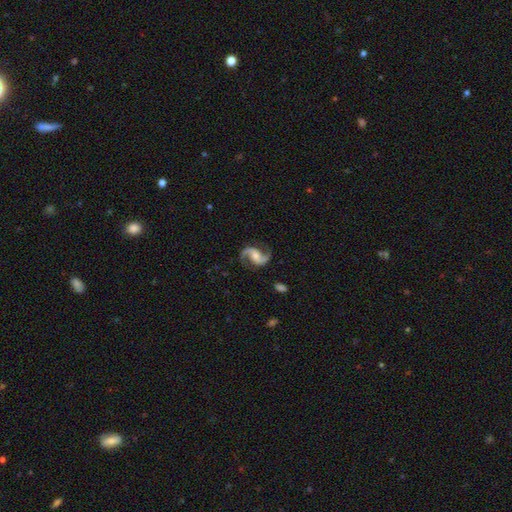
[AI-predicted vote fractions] The model was most divided on "bar": no: 43%, weak: 37%, strong: 20%. Remaining: edge-on disk — no (98%); spiral arms — yes (98%); spiral arm count — 2 (94%); smooth or featured — featured or disk (91%); merging — none (82%); spiral winding — loose (51%); bulge size — moderate (49%).